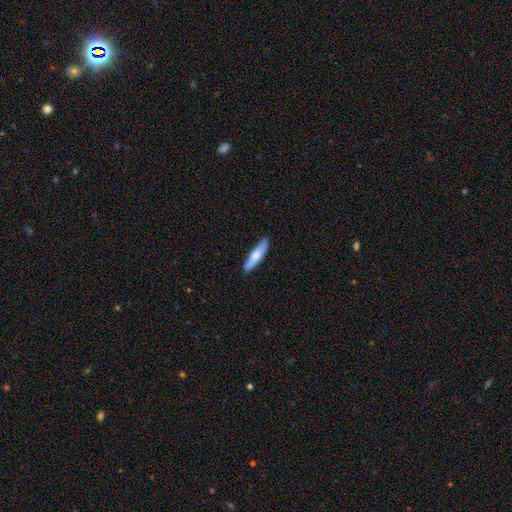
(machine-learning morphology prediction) Smooth or featured? Predicted: smooth (p=0.69). How rounded? Predicted: cigar-shaped (p=0.81). Merging? Predicted: none (p=0.87).